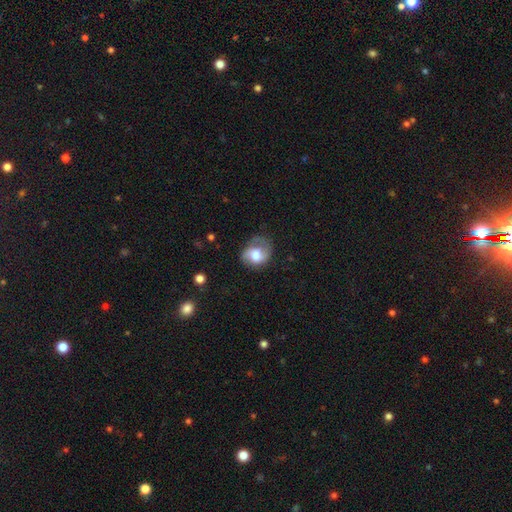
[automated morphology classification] Smooth or featured?
  - featured or disk: 50% *
  - smooth: 42%
  - star or artifact: 8%
Edge-on disk?
  - no: 97% *
  - yes: 3%
Merging?
  - none: 54% *
  - minor disturbance: 28%
  - major disturbance: 16%
  - merger: 2%